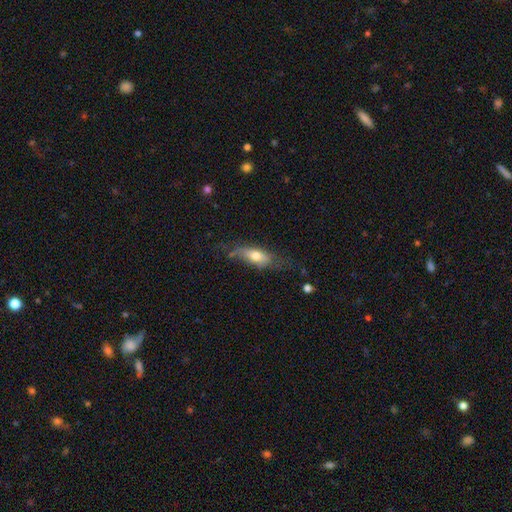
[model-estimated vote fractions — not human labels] A smooth galaxy with no disk features (60%) that is in between round and cigar-shaped (69%). Merging: none (45%).